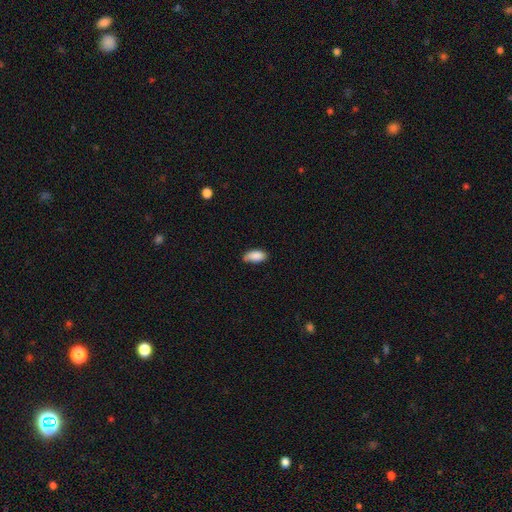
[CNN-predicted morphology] The model was most divided on "merging": none: 69%, minor disturbance: 25%, major disturbance: 4%, merger: 2%. More confident: how rounded — in between (92%); smooth or featured — smooth (88%).